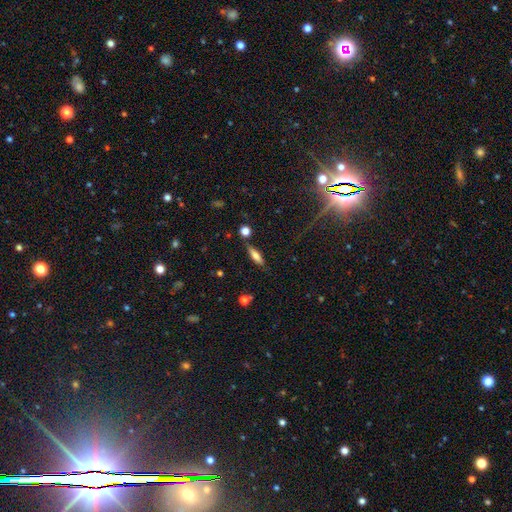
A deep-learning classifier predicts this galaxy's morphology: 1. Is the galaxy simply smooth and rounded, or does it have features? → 59% smooth, 33% featured or disk, 9% star or artifact.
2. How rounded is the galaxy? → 64% cigar-shaped, 33% in between, 3% round.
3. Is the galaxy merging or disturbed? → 80% none, 12% minor disturbance, 4% merger, 3% major disturbance.